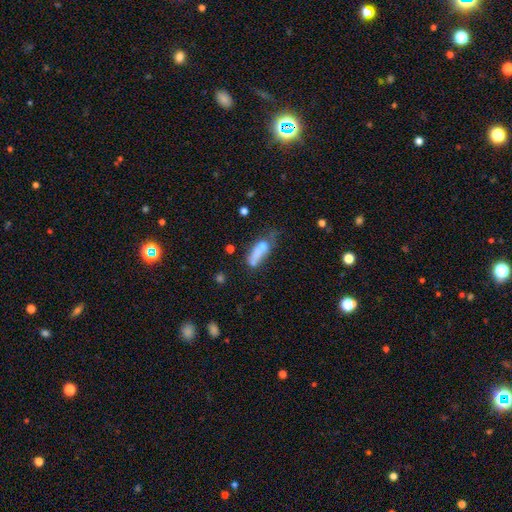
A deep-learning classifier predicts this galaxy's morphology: Smooth or featured: smooth — 65% (featured or disk — 24%)
How rounded: in between — 55% (cigar-shaped — 40%)
Merging: major disturbance — 27% (none — 25%)